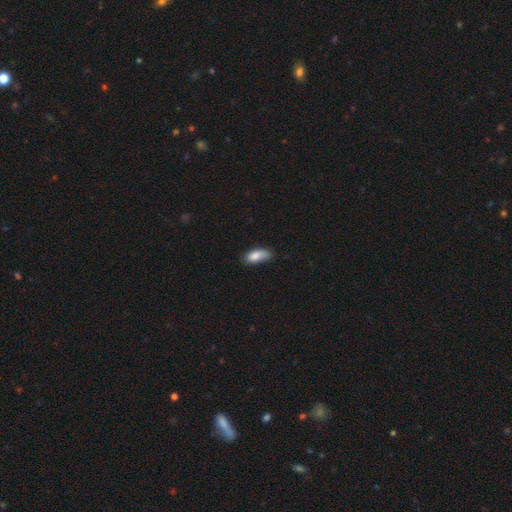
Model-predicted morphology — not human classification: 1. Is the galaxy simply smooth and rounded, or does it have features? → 83% smooth, 9% featured or disk, 7% star or artifact.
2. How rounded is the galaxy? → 85% in between, 12% cigar-shaped, 3% round.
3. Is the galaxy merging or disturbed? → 59% none, 32% minor disturbance, 7% major disturbance, 3% merger.